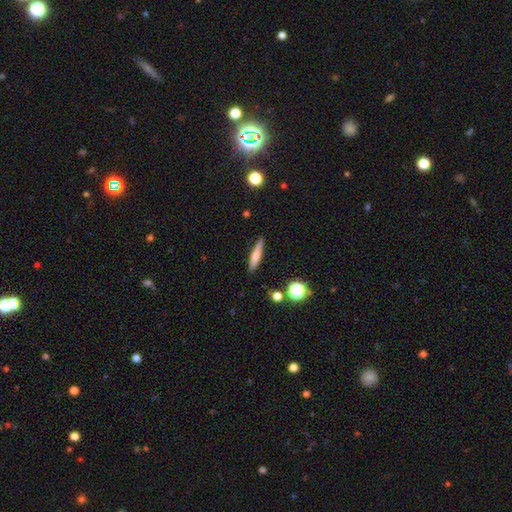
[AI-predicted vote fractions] Smooth or featured: smooth — 65% (featured or disk — 27%)
How rounded: cigar-shaped — 88% (in between — 9%)
Merging: none — 87% (minor disturbance — 9%)